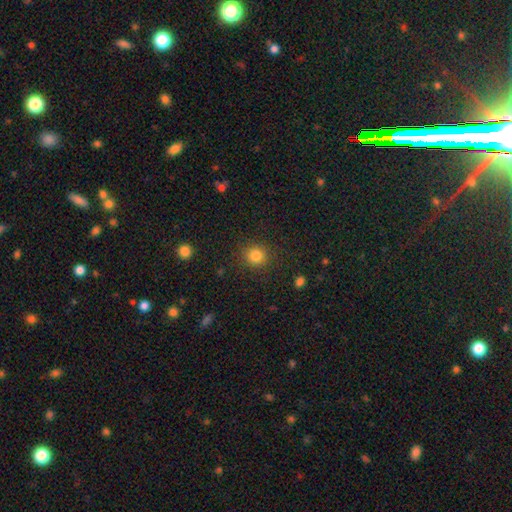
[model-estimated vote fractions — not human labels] Smooth or featured? Predicted: smooth (p=0.83). How rounded? Predicted: round (p=0.90). Merging? Predicted: none (p=0.88).